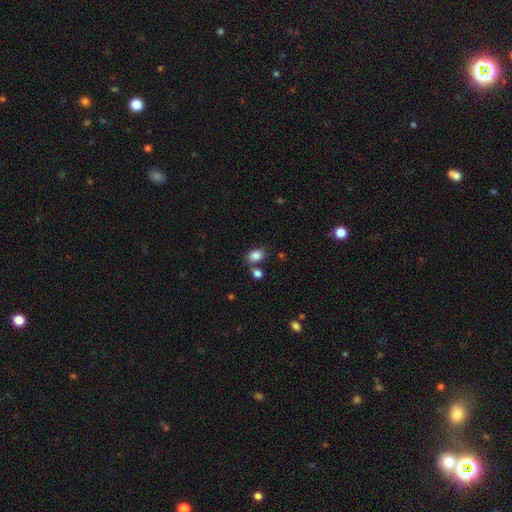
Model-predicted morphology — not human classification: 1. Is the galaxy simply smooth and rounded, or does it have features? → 85% smooth, 10% star or artifact, 6% featured or disk.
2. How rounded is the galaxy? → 79% in between, 20% round, 1% cigar-shaped.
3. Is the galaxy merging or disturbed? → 63% none, 18% merger, 14% minor disturbance, 4% major disturbance.